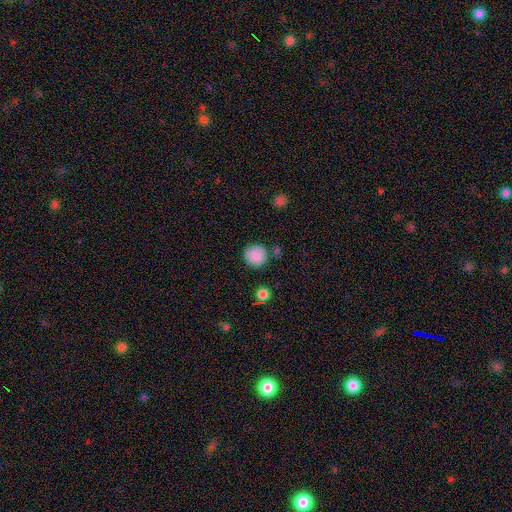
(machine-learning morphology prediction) Smooth or featured: smooth — 87% (star or artifact — 9%)
How rounded: round — 94% (in between — 6%)
Merging: none — 82% (minor disturbance — 10%)